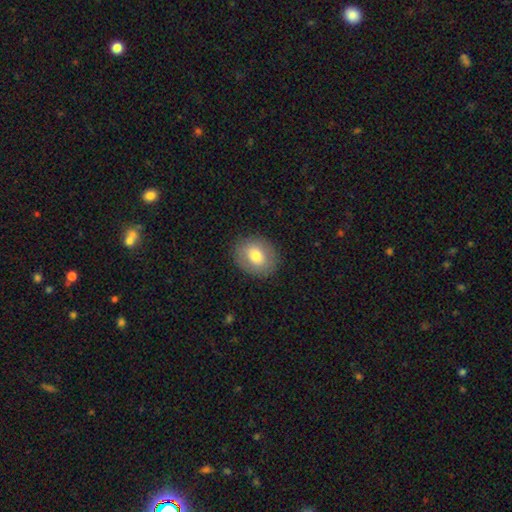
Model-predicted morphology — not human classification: Smooth or featured?
  - smooth: 74% *
  - featured or disk: 18%
  - star or artifact: 8%
How rounded?
  - round: 57% *
  - in between: 42%
  - cigar-shaped: 1%
Merging?
  - none: 87% *
  - minor disturbance: 9%
  - major disturbance: 3%
  - merger: 1%